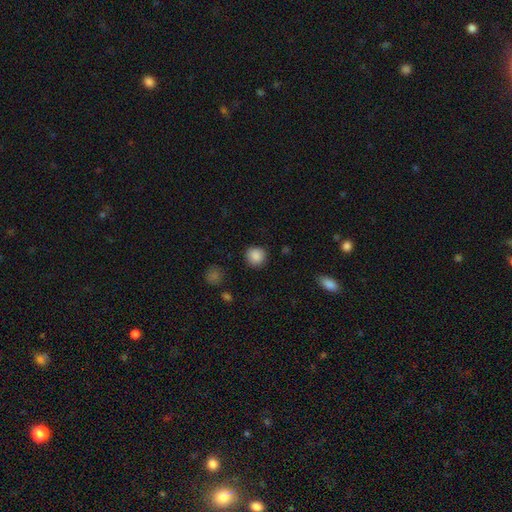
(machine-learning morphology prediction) smooth 87%, star or artifact 9%, featured or disk 4%. Down the decision tree: how rounded — round (90%); merging — none (87%).